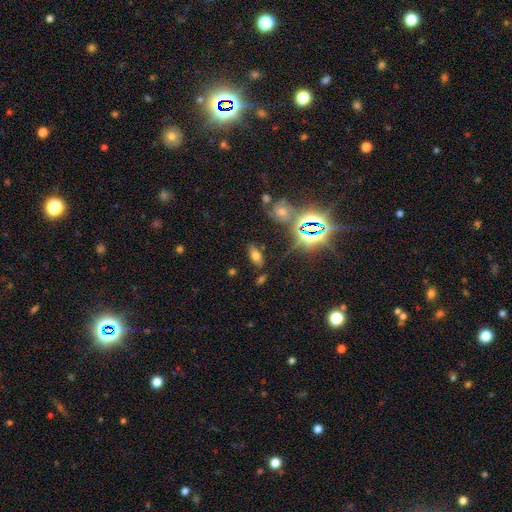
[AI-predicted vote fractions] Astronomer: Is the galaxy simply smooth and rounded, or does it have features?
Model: smooth — 60%.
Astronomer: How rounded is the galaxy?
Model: in between — 84%.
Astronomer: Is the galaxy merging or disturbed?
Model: none — 80%.